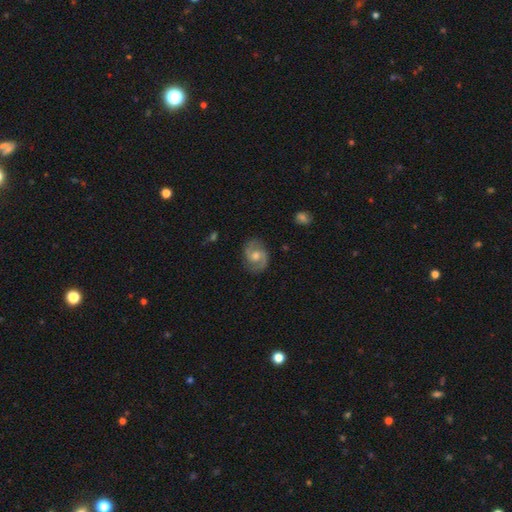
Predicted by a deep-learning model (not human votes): Q: Smooth or featured?
A: featured or disk (80%); runner-up: smooth (13%)
Q: Edge-on disk?
A: no (98%); runner-up: yes (2%)
Q: Bar?
A: no (50%); runner-up: weak (42%)
Q: Spiral arms?
A: yes (95%); runner-up: no (5%)
Q: Spiral winding?
A: medium (55%); runner-up: tight (26%)
Q: Spiral arm count?
A: 2 (92%); runner-up: can't tell (4%)
Q: Bulge size?
A: moderate (68%); runner-up: small (20%)
Q: Merging?
A: none (84%); runner-up: minor disturbance (12%)